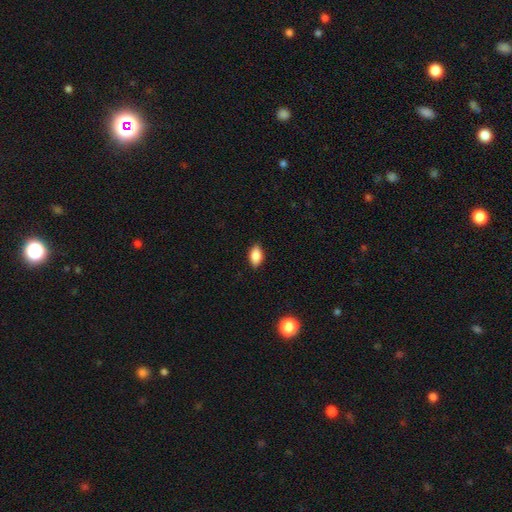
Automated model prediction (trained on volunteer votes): Smooth or featured? smooth (84%)
How rounded? in between (89%)
Merging? none (87%)